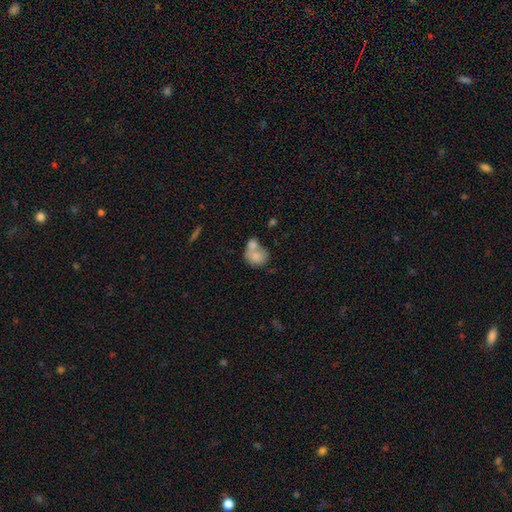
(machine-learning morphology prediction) Smooth or featured: smooth — 77% (featured or disk — 16%)
How rounded: round — 53% (in between — 45%)
Merging: merger — 59% (none — 25%)